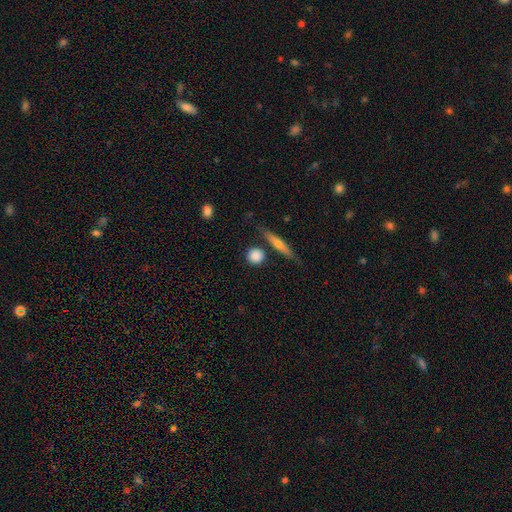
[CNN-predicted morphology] This is clearly a smooth galaxy (82%). How rounded: clearly round (88%). Merging: clearly none (81%).